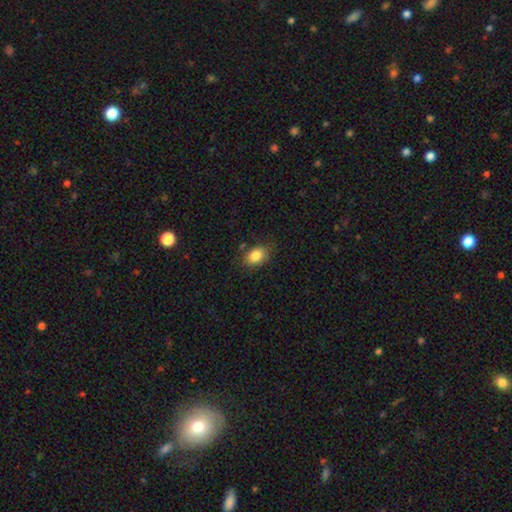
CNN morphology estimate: type=smooth (84%); roundness=in between (76%); merging=none (76%).